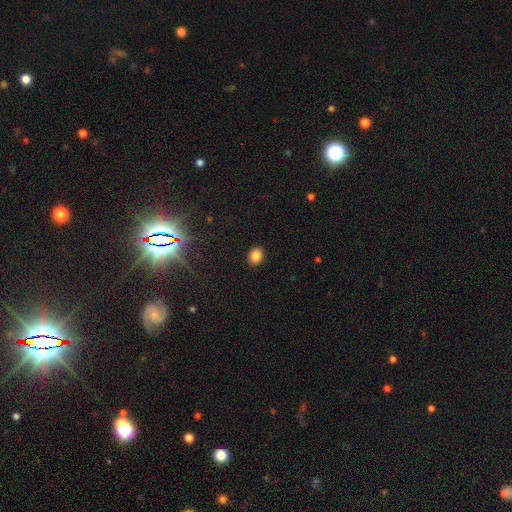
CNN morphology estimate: smooth_or_featured: smooth (p=0.84) [alt: star or artifact p=0.11]
how_rounded: round (p=0.56) [alt: in between p=0.43]
merging: none (p=0.91) [alt: minor disturbance p=0.06]